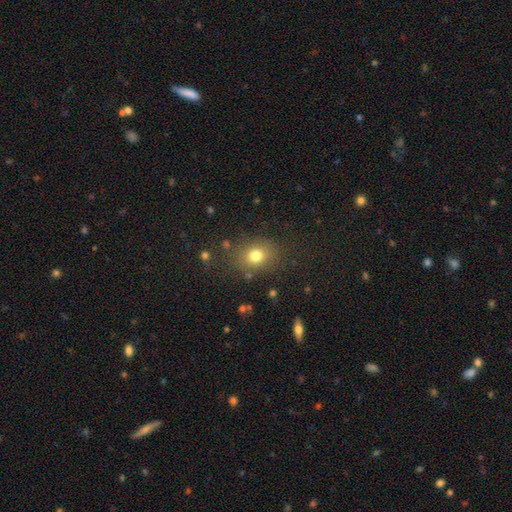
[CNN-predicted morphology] smooth 77%, star or artifact 15%, featured or disk 9%. Down the decision tree: how rounded — round (56%); merging — none (80%).